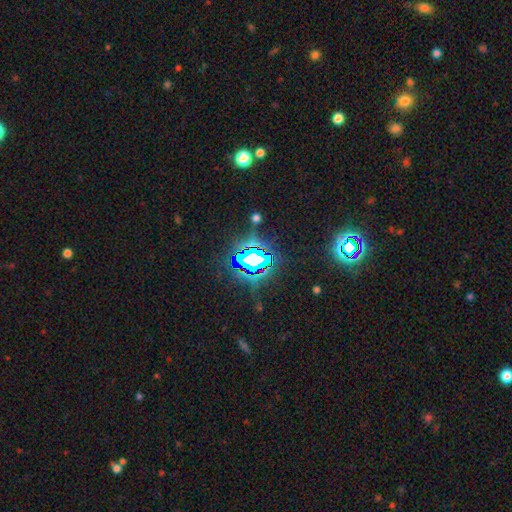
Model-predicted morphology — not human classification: This is likely a star or artifact rather than a galaxy (77%).